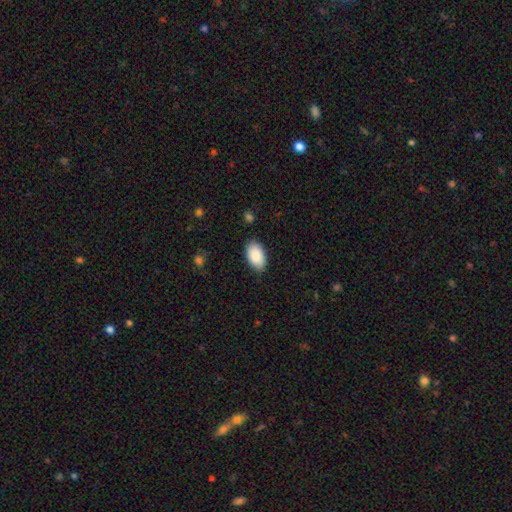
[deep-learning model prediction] smooth-or-featured: smooth: 89% | star or artifact: 6% | featured or disk: 5%
  how-rounded: in between: 95% | round: 3% | cigar-shaped: 1%
  merging: none: 85% | minor disturbance: 11% | major disturbance: 2% | merger: 1%